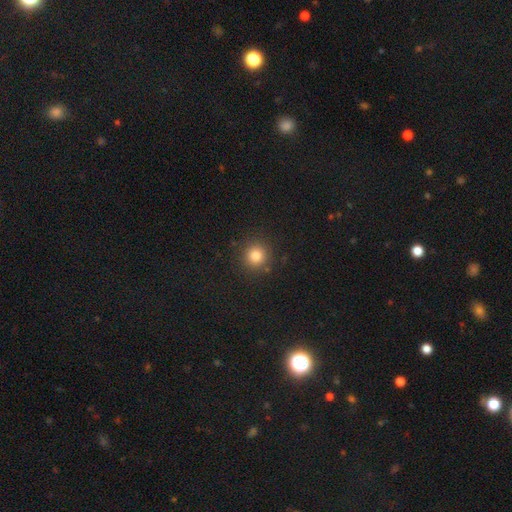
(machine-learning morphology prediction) type=smooth (82%); roundness=round (93%); merging=none (89%).